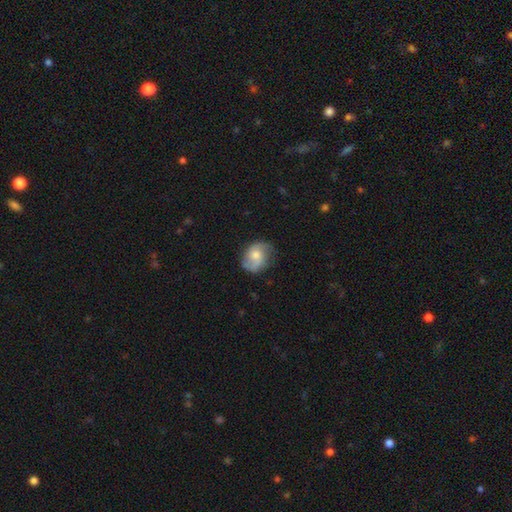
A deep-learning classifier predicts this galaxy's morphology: Q: Smooth or featured?
A: featured or disk (64%); runner-up: smooth (29%)
Q: Edge-on disk?
A: no (97%); runner-up: yes (3%)
Q: Bar?
A: no (65%); runner-up: weak (31%)
Q: Spiral arms?
A: yes (90%); runner-up: no (10%)
Q: Spiral winding?
A: medium (47%); runner-up: loose (33%)
Q: Spiral arm count?
A: 2 (83%); runner-up: can't tell (8%)
Q: Bulge size?
A: moderate (56%); runner-up: small (28%)
Q: Merging?
A: none (68%); runner-up: minor disturbance (22%)